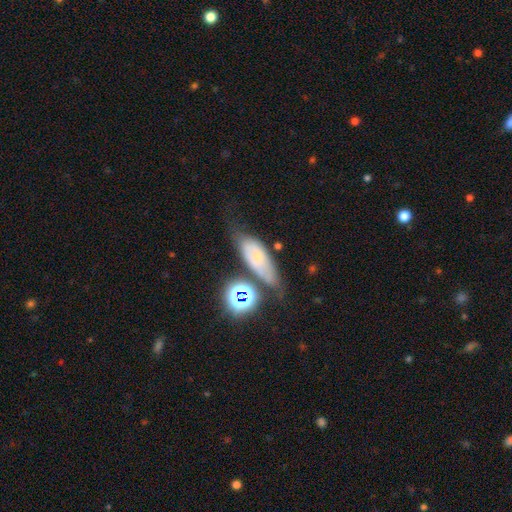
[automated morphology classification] smooth_or_featured: smooth (p=0.47) [alt: featured or disk p=0.35]
merging: none (p=0.51) [alt: minor disturbance p=0.27]